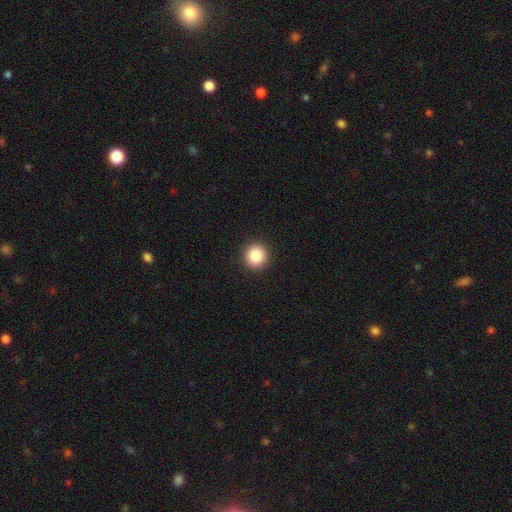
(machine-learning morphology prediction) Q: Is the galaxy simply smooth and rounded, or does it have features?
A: smooth — 86%.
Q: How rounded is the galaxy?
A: round — 93%.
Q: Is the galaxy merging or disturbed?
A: none — 93%.